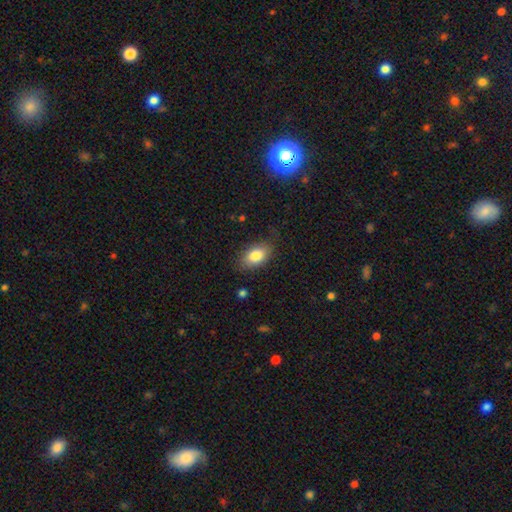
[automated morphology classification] smooth 83%, featured or disk 10%, star or artifact 7%. Down the decision tree: how rounded — in between (90%); merging — none (79%).